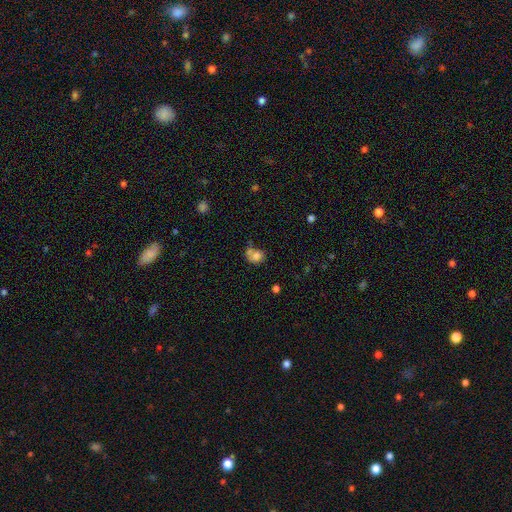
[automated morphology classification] Smooth or featured? Predicted: smooth (p=0.74). How rounded? Predicted: round (p=0.62). Merging? Predicted: merger (p=0.41).